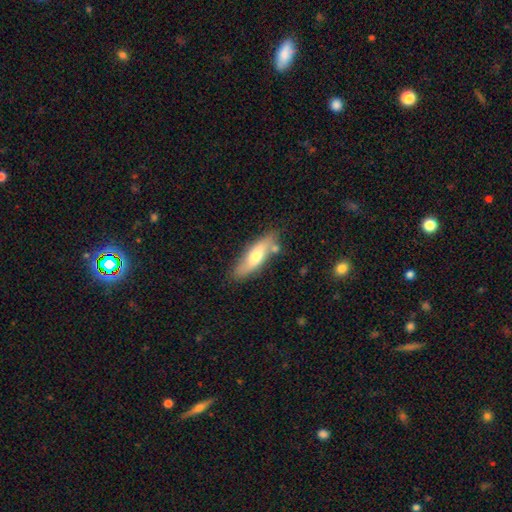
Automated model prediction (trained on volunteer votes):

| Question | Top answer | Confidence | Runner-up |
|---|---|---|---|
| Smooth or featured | smooth | 57% | featured or disk (37%) |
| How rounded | in between | 53% | cigar-shaped (44%) |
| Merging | none | 73% | minor disturbance (16%) |